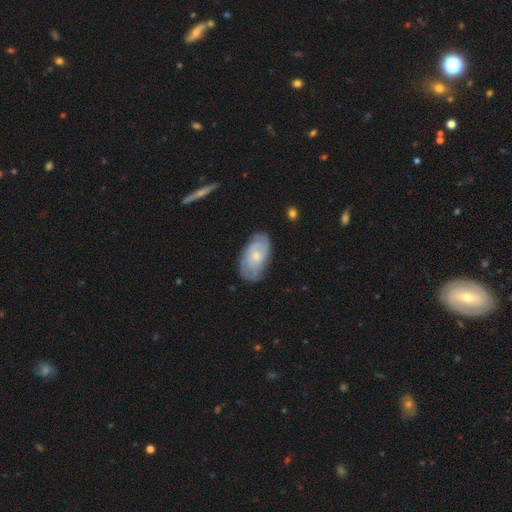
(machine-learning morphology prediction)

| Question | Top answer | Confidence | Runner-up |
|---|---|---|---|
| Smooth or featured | featured or disk | 58% | smooth (36%) |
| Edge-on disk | no | 94% | yes (6%) |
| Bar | no | 79% | weak (19%) |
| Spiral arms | yes | 78% | no (22%) |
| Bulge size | small | 52% | moderate (41%) |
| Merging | none | 74% | minor disturbance (20%) |